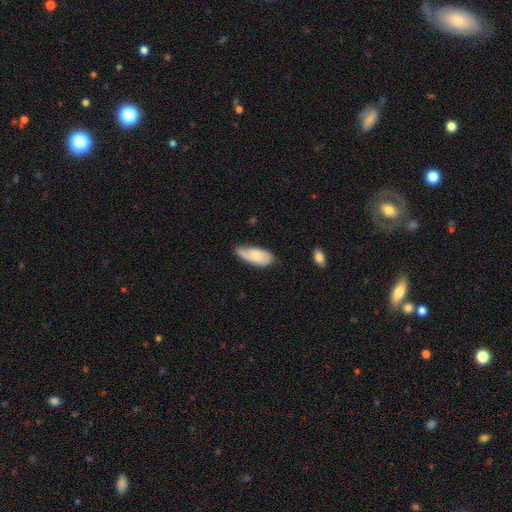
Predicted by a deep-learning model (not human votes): smooth-or-featured: smooth: 65% | featured or disk: 29% | star or artifact: 6%
  how-rounded: in between: 87% | cigar-shaped: 11% | round: 2%
  merging: none: 57% | minor disturbance: 33% | major disturbance: 7% | merger: 2%